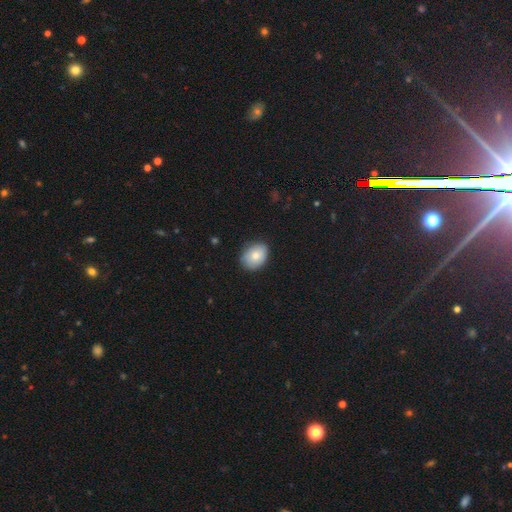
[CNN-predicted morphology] This is clearly a smooth galaxy (80%). How rounded: likely in between (63%). Merging: clearly none (81%).